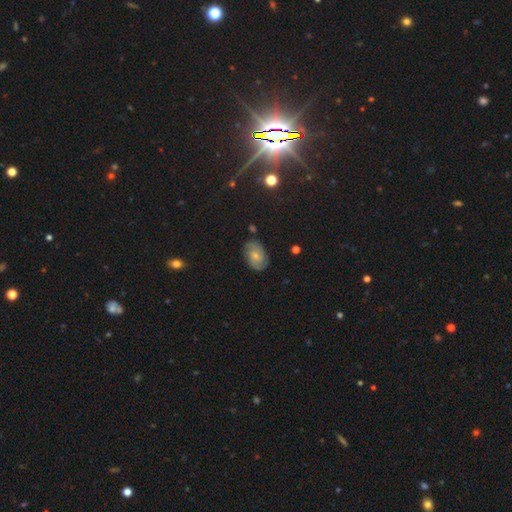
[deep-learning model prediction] Q: Smooth or featured?
A: featured or disk (61%); runner-up: smooth (30%)
Q: Edge-on disk?
A: no (97%); runner-up: yes (3%)
Q: Bar?
A: no (56%); runner-up: weak (38%)
Q: Spiral arms?
A: yes (90%); runner-up: no (10%)
Q: Spiral winding?
A: tight (47%); runner-up: medium (39%)
Q: Spiral arm count?
A: 2 (64%); runner-up: can't tell (19%)
Q: Bulge size?
A: small (59%); runner-up: moderate (34%)
Q: Merging?
A: none (80%); runner-up: minor disturbance (15%)